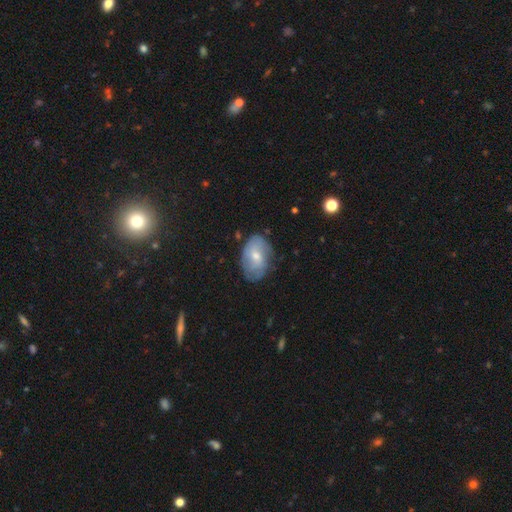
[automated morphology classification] Overall: featured or disk (52%; smooth 42%). Edge-on disk: no (95%). Merging: none (67%).